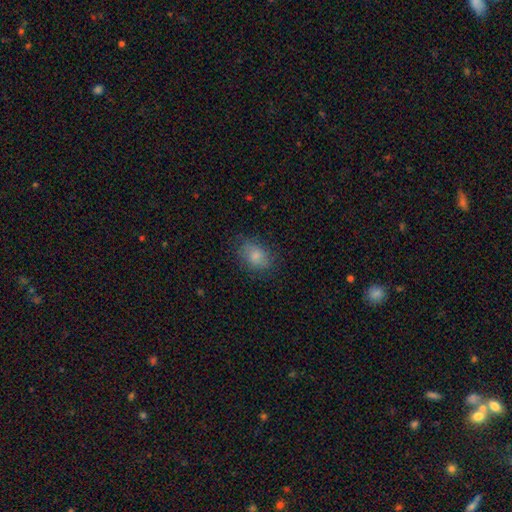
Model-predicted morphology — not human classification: Overall: smooth (78%). How rounded: in between (72%). Merging: none (76%).